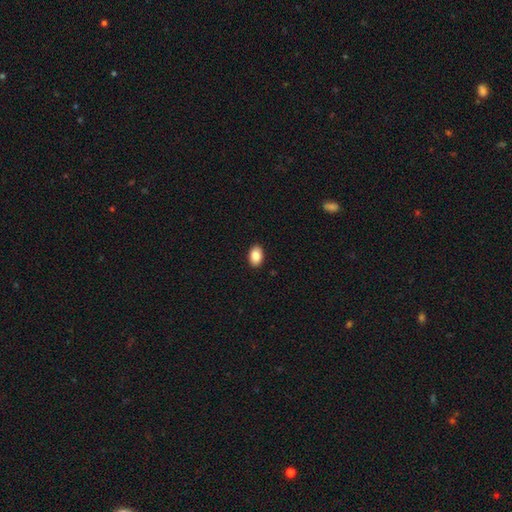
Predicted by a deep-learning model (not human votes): This appears to be a smooth galaxy with no disk features (86%) that is in between round and cigar-shaped (88%). Merging: none (91%).